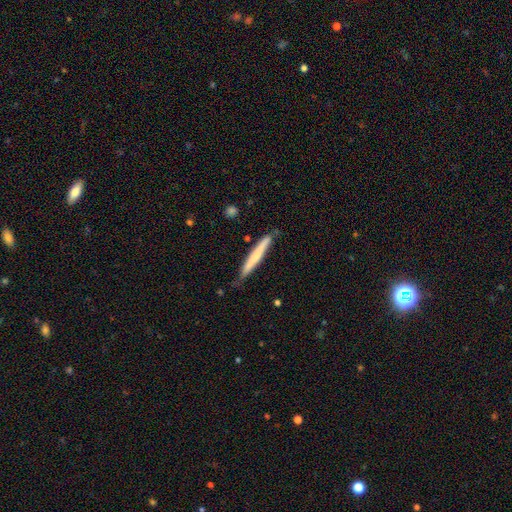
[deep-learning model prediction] smooth_or_featured: smooth (p=0.60) [alt: featured or disk p=0.34]
how_rounded: cigar-shaped (p=0.96) [alt: in between p=0.03]
merging: none (p=0.79) [alt: minor disturbance p=0.16]